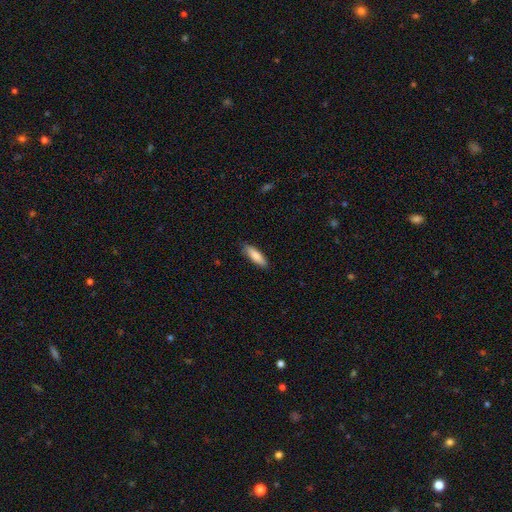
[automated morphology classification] The model was most divided on "how rounded": cigar-shaped: 57%, in between: 42%, round: 1%. More confident: merging — none (86%); smooth or featured — smooth (85%).